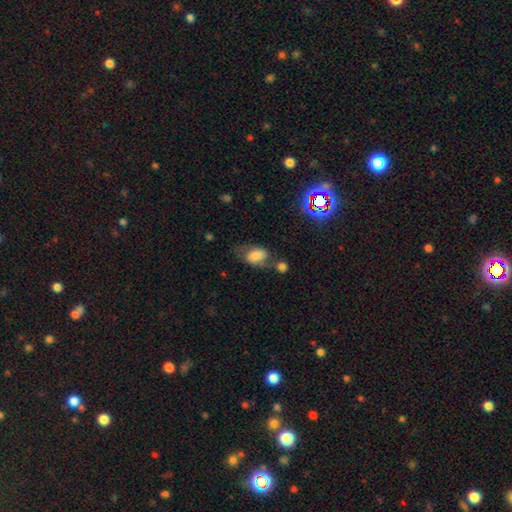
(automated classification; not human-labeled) The model was most divided on "smooth or featured": smooth: 54%, featured or disk: 36%, star or artifact: 11%. Remaining: how rounded — in between (79%); merging — none (45%).